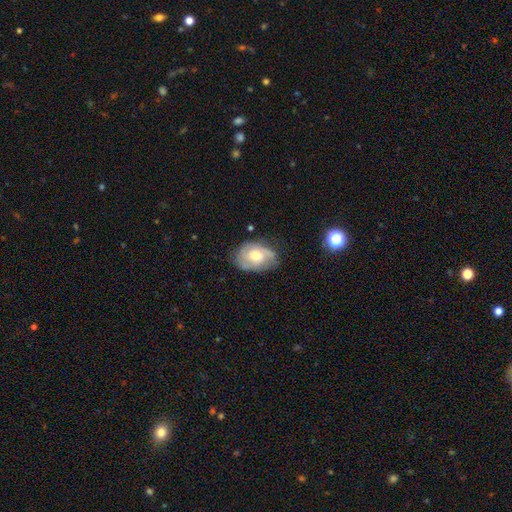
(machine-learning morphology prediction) Smooth or featured? featured or disk (65%)
Edge-on disk? no (96%)
Bar? no (69%)
Spiral arms? yes (85%)
Spiral winding? tight (50%)
Spiral arm count? 2 (37%)
Bulge size? moderate (62%)
Merging? none (64%)